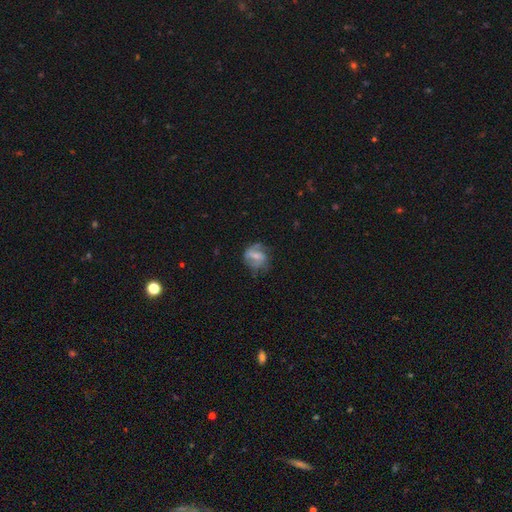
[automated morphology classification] Q: Smooth or featured?
A: featured or disk (56%); runner-up: smooth (36%)
Q: Edge-on disk?
A: no (97%); runner-up: yes (3%)
Q: Bar?
A: weak (45%); runner-up: strong (29%)
Q: Spiral arms?
A: yes (73%); runner-up: no (27%)
Q: Bulge size?
A: small (45%); runner-up: moderate (32%)
Q: Merging?
A: none (52%); runner-up: minor disturbance (26%)